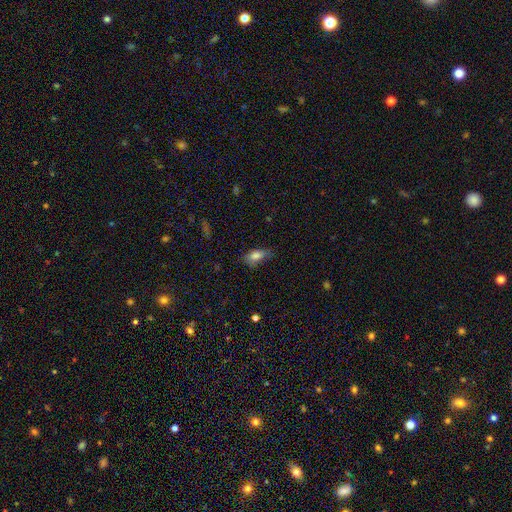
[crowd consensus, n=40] This is likely a smooth galaxy (72%). How rounded: likely in between (66%). Merging: likely none (69%).